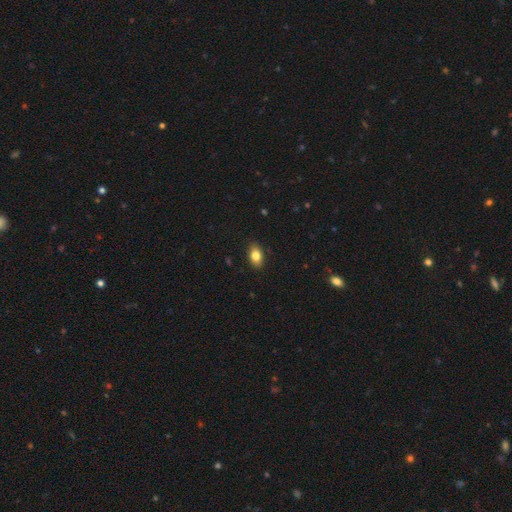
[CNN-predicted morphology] This appears to be a smooth galaxy with no disk features (83%) that is in between round and cigar-shaped (87%). Merging: none (87%).